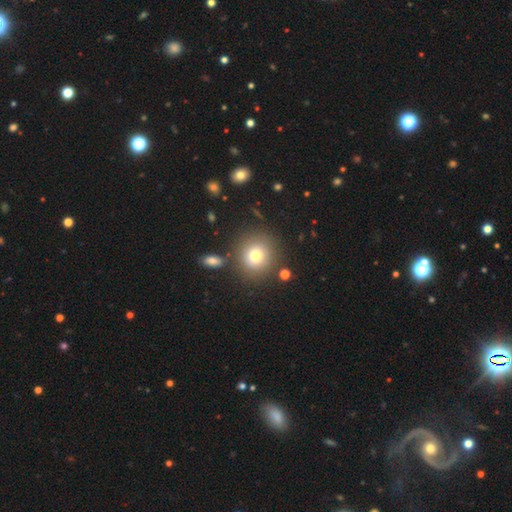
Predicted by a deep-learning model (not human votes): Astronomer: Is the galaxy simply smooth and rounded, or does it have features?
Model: smooth — 75%.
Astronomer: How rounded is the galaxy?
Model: round — 88%.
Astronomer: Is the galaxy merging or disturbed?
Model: none — 80%.